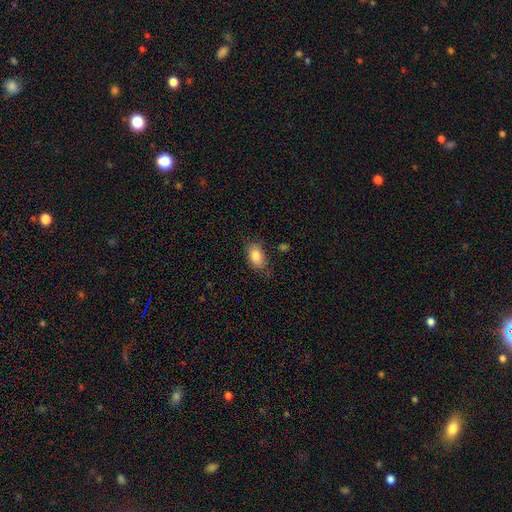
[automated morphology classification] Smooth or featured: smooth — 85% (featured or disk — 8%)
How rounded: in between — 91% (round — 7%)
Merging: none — 75% (minor disturbance — 18%)